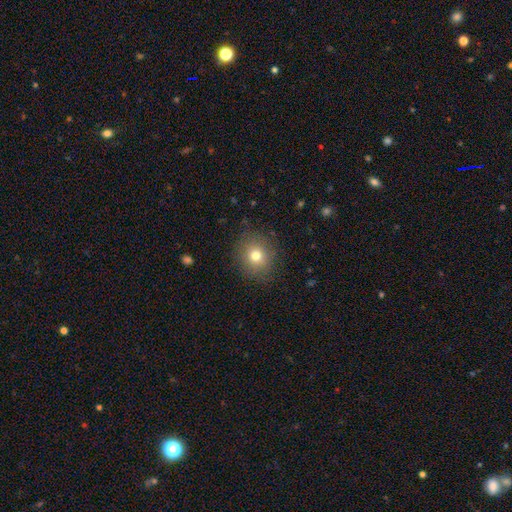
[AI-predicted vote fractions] This is likely a smooth galaxy (76%). How rounded: clearly round (83%). Merging: clearly none (87%).